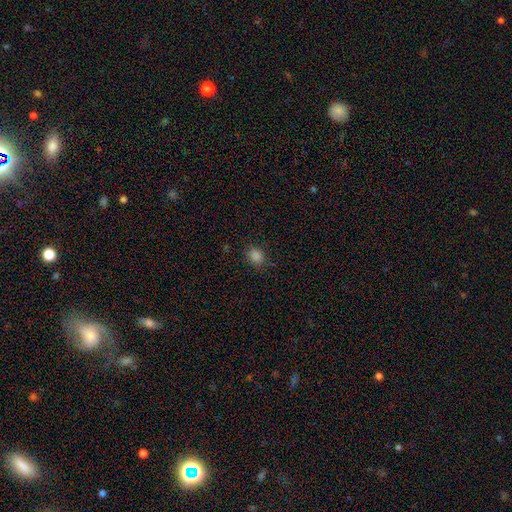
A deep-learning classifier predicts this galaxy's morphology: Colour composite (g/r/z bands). It shows a smooth galaxy with no disk features (83%) that is round (54%). Merging: none (83%).